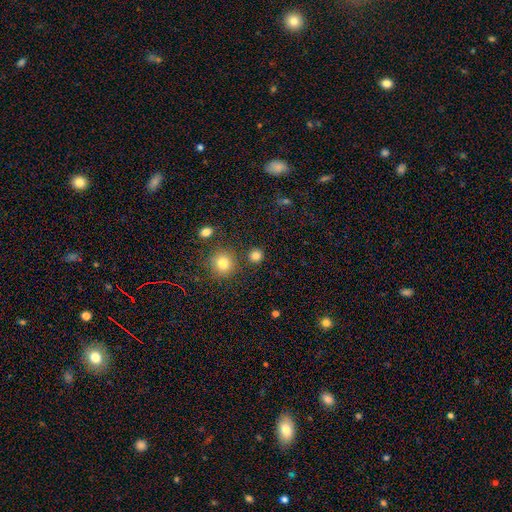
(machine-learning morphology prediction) This appears to be a smooth galaxy with no disk features (81%) that is round (91%). Merging: none (86%).